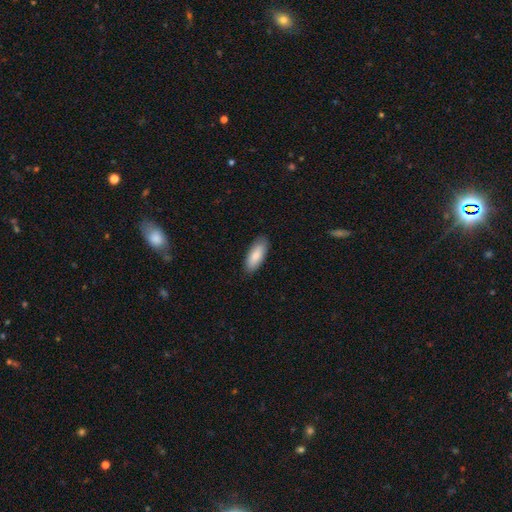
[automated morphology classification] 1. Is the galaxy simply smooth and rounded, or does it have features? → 86% smooth, 9% featured or disk, 5% star or artifact.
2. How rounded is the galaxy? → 77% in between, 22% cigar-shaped, 2% round.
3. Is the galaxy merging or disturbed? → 87% none, 10% minor disturbance, 2% major disturbance, 1% merger.